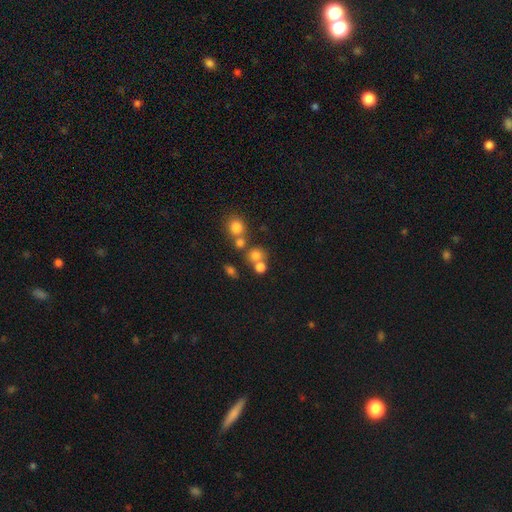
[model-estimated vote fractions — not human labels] This is likely a smooth galaxy (72%). How rounded: clearly round (81%). Merging: possibly none (52%).